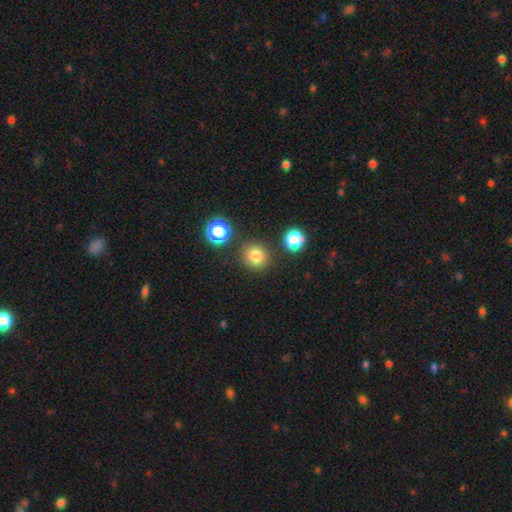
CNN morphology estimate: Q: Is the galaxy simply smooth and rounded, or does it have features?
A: smooth — 78%.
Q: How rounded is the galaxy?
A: round — 87%.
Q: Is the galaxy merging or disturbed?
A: none — 84%.